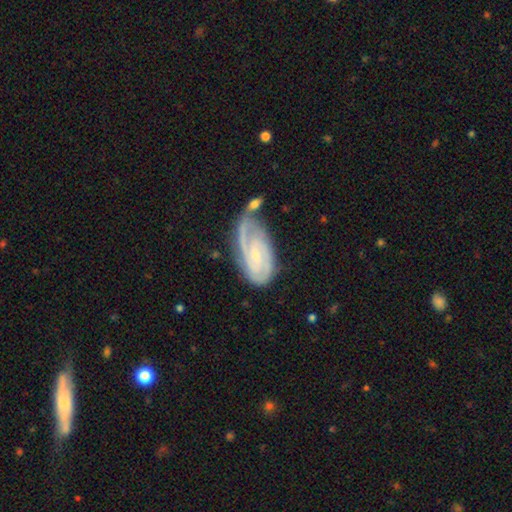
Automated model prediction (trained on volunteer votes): Overall: featured or disk (83%). Edge-on disk: no (96%). Bar: no (49%; weak 40%). Spiral arms: yes (96%). Spiral arm count: 2 (57%). Spiral winding: tight (58%; medium 34%). Bulge size: small (74%). Merging: none (49%; minor disturbance 27%).